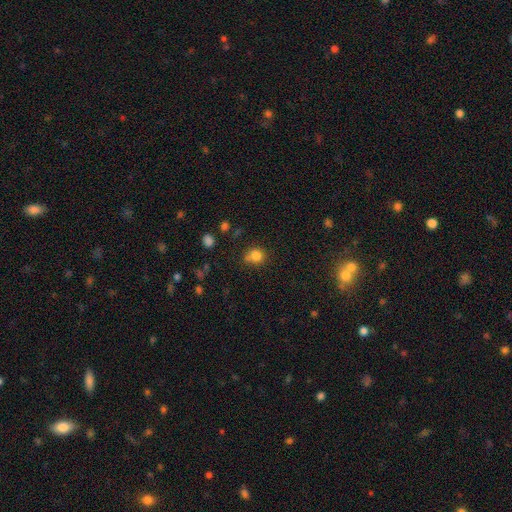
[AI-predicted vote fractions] A smooth galaxy with no disk features (83%) that is round (75%). Merging: none (64%).